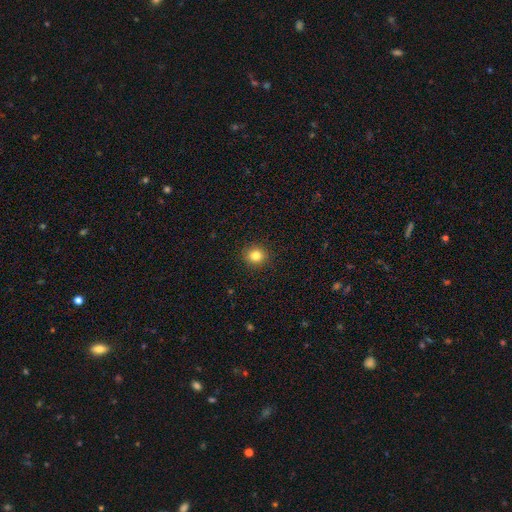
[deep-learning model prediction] smooth-or-featured: smooth: 83% | star or artifact: 12% | featured or disk: 6%
  how-rounded: round: 86% | in between: 13% | cigar-shaped: 1%
  merging: none: 92% | minor disturbance: 5% | major disturbance: 2% | merger: 1%